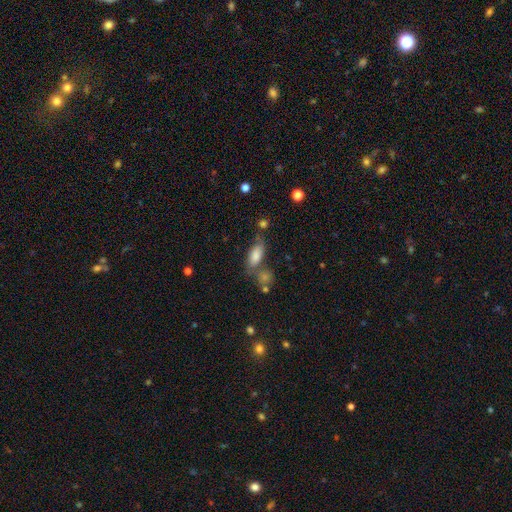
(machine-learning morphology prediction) type=smooth (73%); roundness=in between (81%); merging=none (51%).